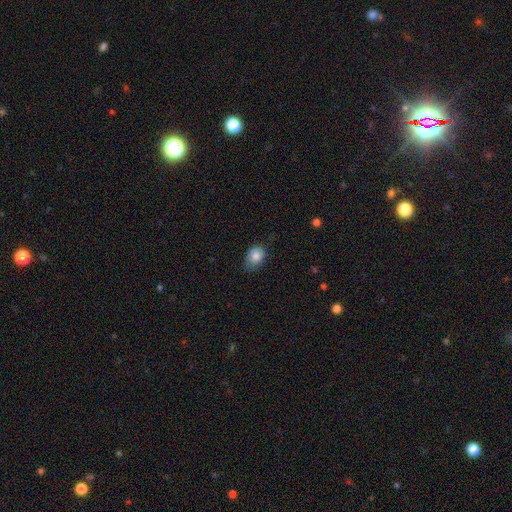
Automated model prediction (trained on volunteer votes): A smooth galaxy with no disk features (83%) that is in between round and cigar-shaped (70%).

Vote fractions:
- Smooth or featured? smooth: 83% / star or artifact: 8% / featured or disk: 8%
- How rounded? in between: 70% / round: 29% / cigar-shaped: 1%
- Merging? none: 62% / minor disturbance: 30% / major disturbance: 7% / merger: 1%